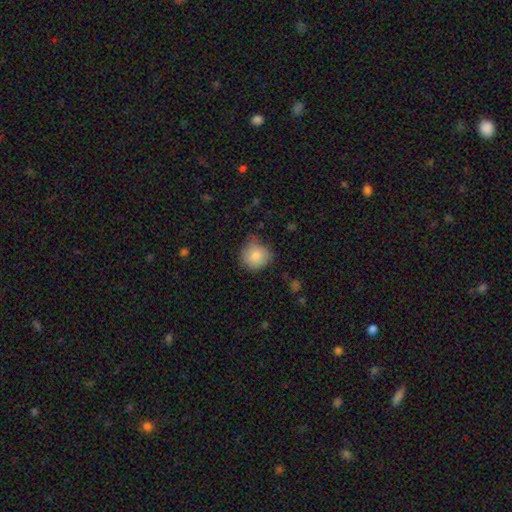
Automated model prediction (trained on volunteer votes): smooth-or-featured: smooth: 81% | featured or disk: 10% | star or artifact: 9%
  how-rounded: round: 87% | in between: 12% | cigar-shaped: 1%
  merging: none: 63% | minor disturbance: 29% | major disturbance: 6% | merger: 2%